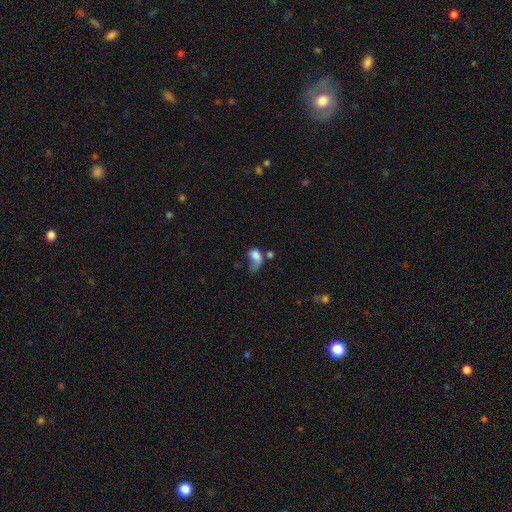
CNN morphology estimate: smooth-or-featured: smooth: 70% | featured or disk: 19% | star or artifact: 11%
  how-rounded: in between: 75% | round: 23% | cigar-shaped: 2%
  merging: major disturbance: 47% | minor disturbance: 20% | none: 17% | merger: 15%